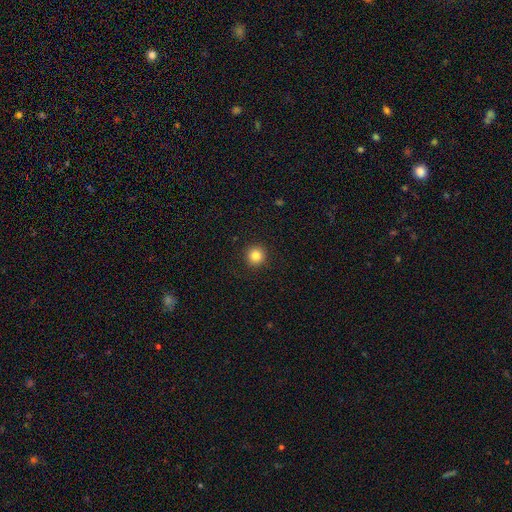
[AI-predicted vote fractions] Smooth or featured? Predicted: smooth (p=0.84). How rounded? Predicted: round (p=0.96). Merging? Predicted: none (p=0.93).